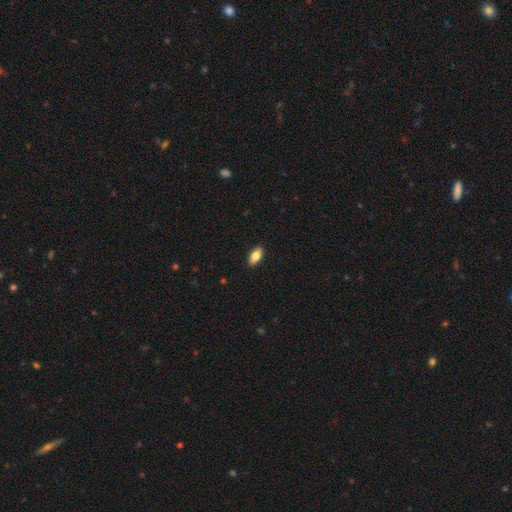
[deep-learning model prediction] This appears to be a smooth galaxy with no disk features (81%) that is in between round and cigar-shaped (89%). Merging: none (90%).